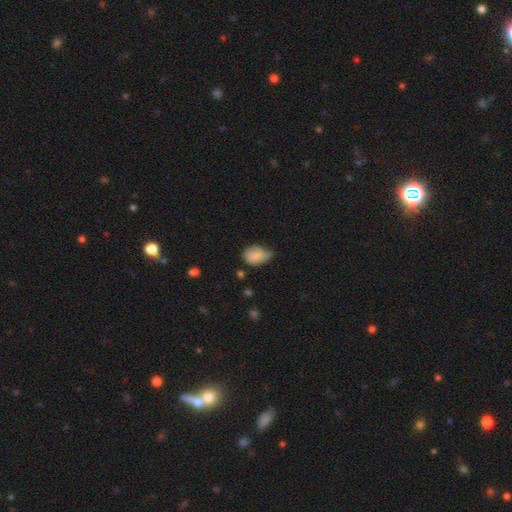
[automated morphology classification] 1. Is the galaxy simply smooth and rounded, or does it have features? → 78% smooth, 14% featured or disk, 8% star or artifact.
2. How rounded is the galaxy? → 69% in between, 30% round, 1% cigar-shaped.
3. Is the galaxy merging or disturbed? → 50% minor disturbance, 29% none, 17% major disturbance, 3% merger.